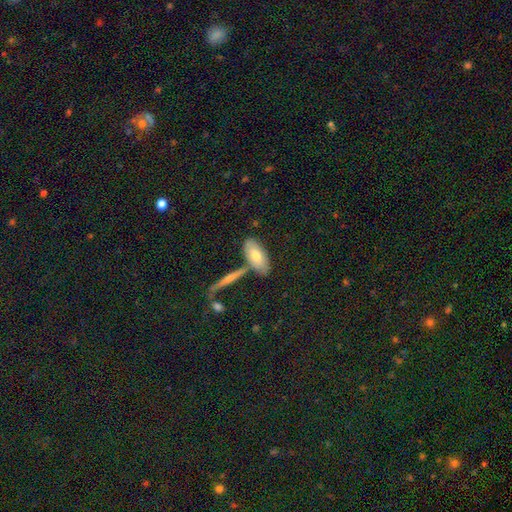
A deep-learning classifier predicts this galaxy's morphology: Smooth or featured? Predicted: smooth (p=0.69). How rounded? Predicted: in between (p=0.82). Merging? Predicted: none (p=0.63).